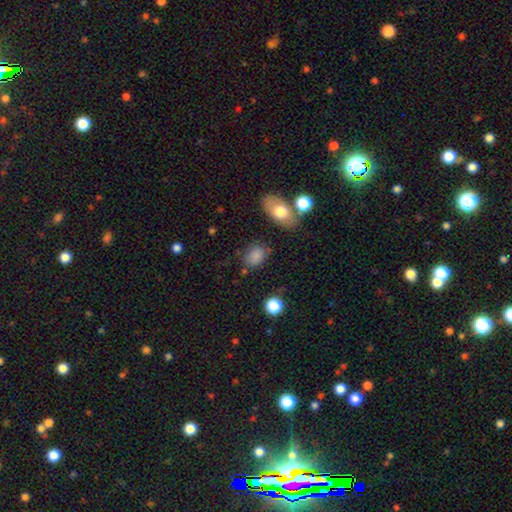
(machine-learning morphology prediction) Q: Smooth or featured?
A: smooth (83%); runner-up: star or artifact (10%)
Q: How rounded?
A: in between (68%); runner-up: round (30%)
Q: Merging?
A: none (72%); runner-up: minor disturbance (17%)